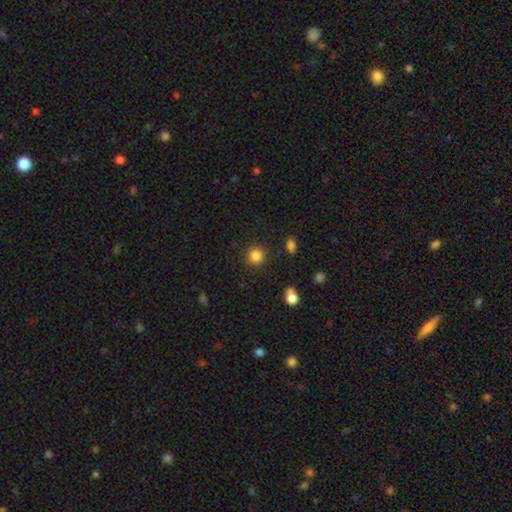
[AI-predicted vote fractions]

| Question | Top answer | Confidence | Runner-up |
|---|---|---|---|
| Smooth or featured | smooth | 84% | star or artifact (11%) |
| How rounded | round | 92% | in between (7%) |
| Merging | none | 87% | minor disturbance (8%) |